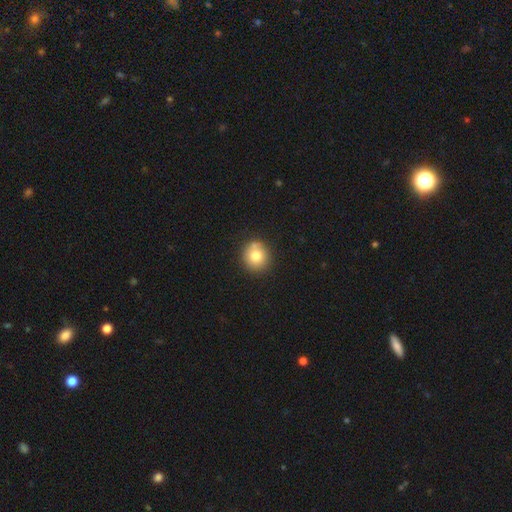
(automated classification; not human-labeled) This is likely a smooth galaxy (78%). How rounded: clearly round (89%). Merging: likely none (78%).